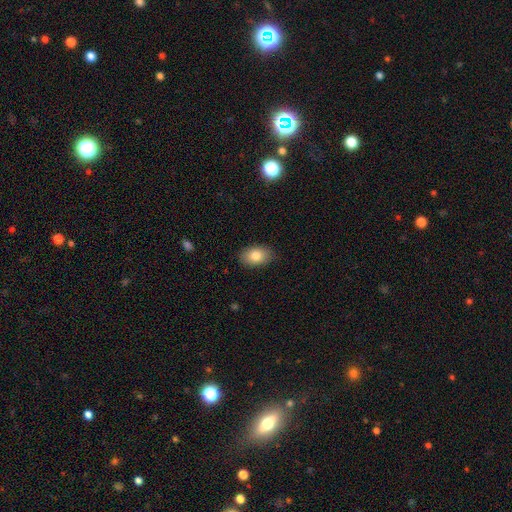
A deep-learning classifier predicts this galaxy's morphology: smooth-or-featured: smooth: 82% | featured or disk: 10% | star or artifact: 8%
  how-rounded: in between: 88% | round: 11% | cigar-shaped: 1%
  merging: none: 86% | minor disturbance: 11% | major disturbance: 2% | merger: 1%